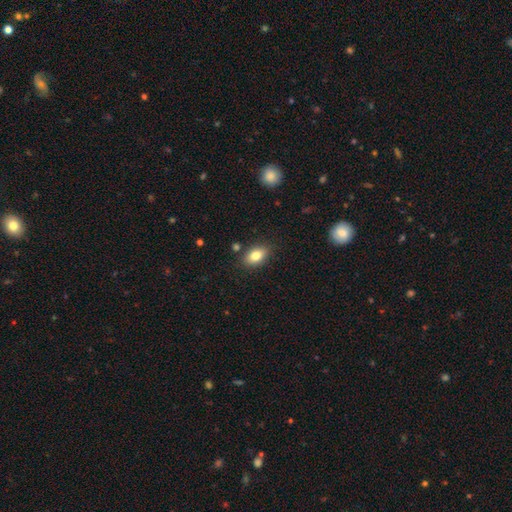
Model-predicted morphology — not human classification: smooth-or-featured: smooth: 81% | featured or disk: 10% | star or artifact: 8%
  how-rounded: in between: 88% | round: 10% | cigar-shaped: 2%
  merging: none: 83% | minor disturbance: 11% | merger: 3% | major disturbance: 3%